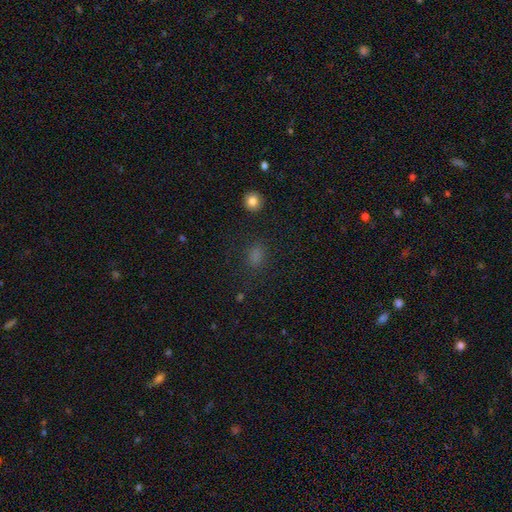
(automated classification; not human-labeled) smooth-or-featured: smooth: 75% | star or artifact: 20% | featured or disk: 5%
  how-rounded: in between: 56% | round: 42% | cigar-shaped: 2%
  merging: none: 79% | minor disturbance: 13% | major disturbance: 6% | merger: 2%